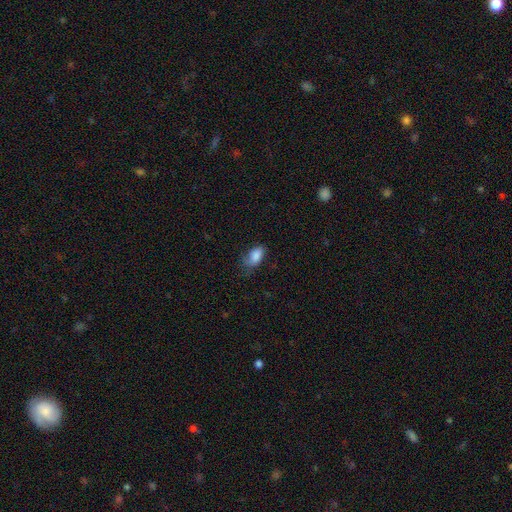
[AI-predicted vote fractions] smooth 84%, star or artifact 8%, featured or disk 8%. Down the decision tree: how rounded — in between (91%); merging — none (54%).